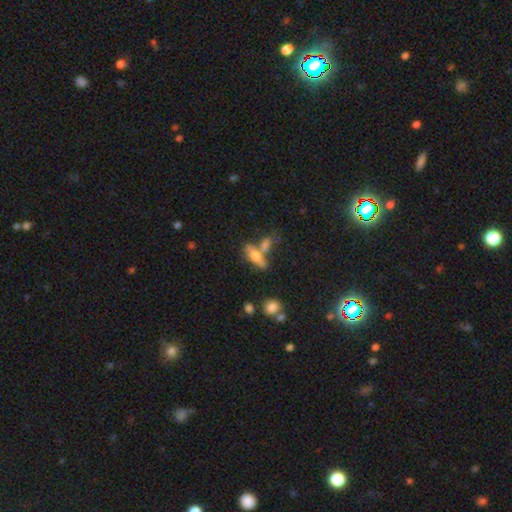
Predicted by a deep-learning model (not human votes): Smooth or featured? Predicted: smooth (p=0.49). Merging? Predicted: none (p=0.45).